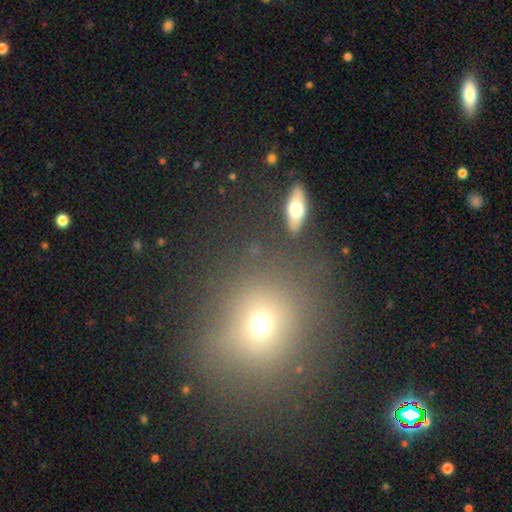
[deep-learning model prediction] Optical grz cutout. It shows a smooth galaxy with no disk features (55%) that is round (83%). Merging: none (77%).